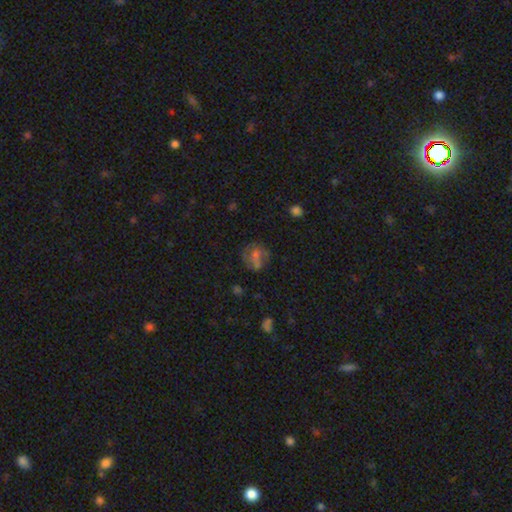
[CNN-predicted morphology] Q: Smooth or featured?
A: smooth (50%); runner-up: featured or disk (30%)
Q: Merging?
A: none (61%); runner-up: minor disturbance (19%)